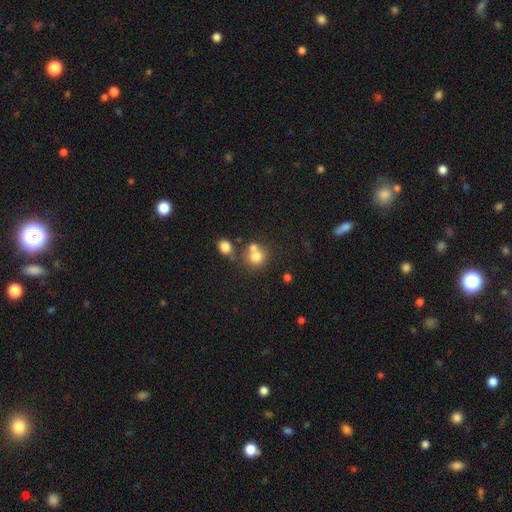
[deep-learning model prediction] This appears to be a smooth galaxy with no disk features (74%) that is round (82%). Merging: none (46%).